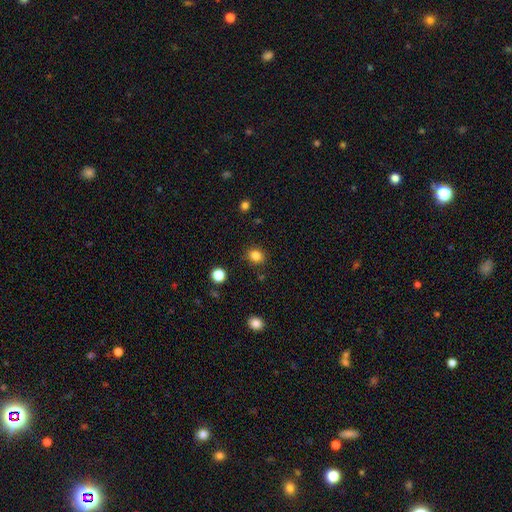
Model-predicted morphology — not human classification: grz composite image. It shows a smooth galaxy with no disk features (83%) that is round (73%). Merging: none (87%).